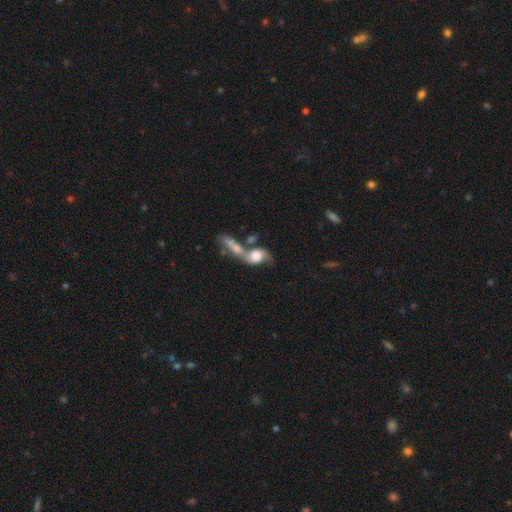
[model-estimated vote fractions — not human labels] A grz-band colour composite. It shows a featured or disk galaxy (50%). Merging: merger (64%).